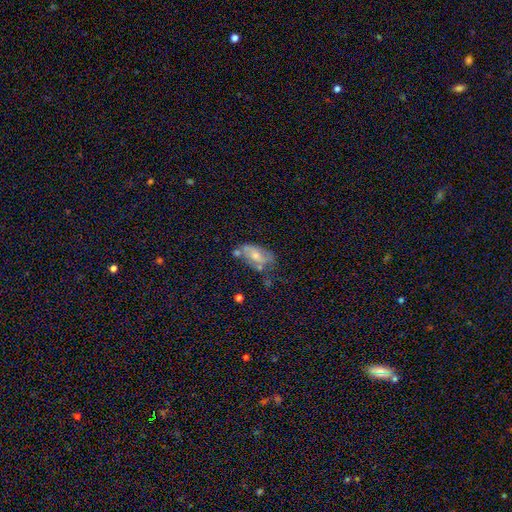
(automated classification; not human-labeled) Overall: featured or disk (50%; smooth 42%). Merging: none (40%; minor disturbance 27%).